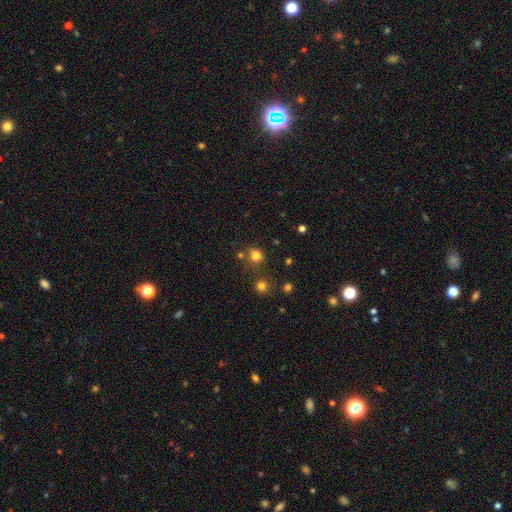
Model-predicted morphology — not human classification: type=smooth (77%); roundness=round (73%); merging=none (64%).